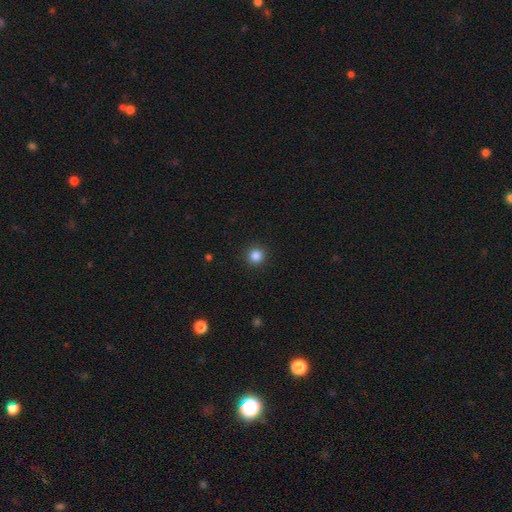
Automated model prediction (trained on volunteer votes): Morphology: type=smooth (85%); roundness=round (95%); merging=none (92%).